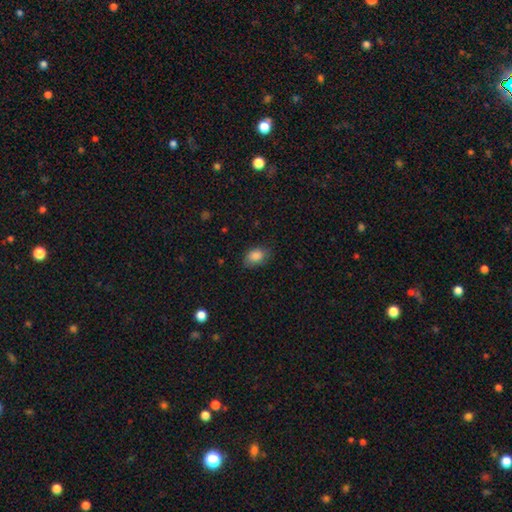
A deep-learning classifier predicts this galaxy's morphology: The model was most divided on "merging": none: 74%, minor disturbance: 20%, major disturbance: 5%, merger: 1%. More confident: smooth or featured — smooth (87%); how rounded — in between (82%).